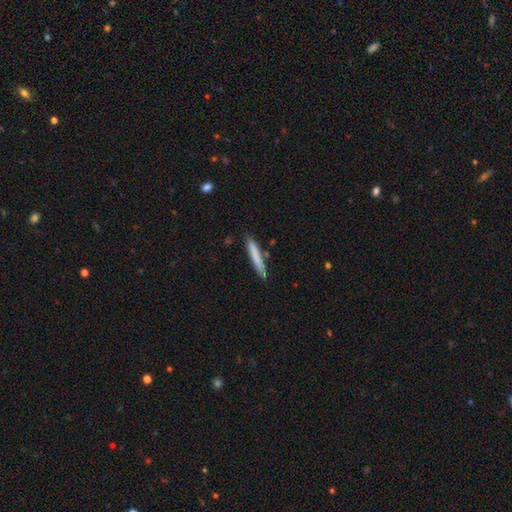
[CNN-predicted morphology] smooth-or-featured: smooth: 74% | featured or disk: 20% | star or artifact: 6%
  how-rounded: cigar-shaped: 96% | in between: 3% | round: 1%
  merging: none: 84% | minor disturbance: 11% | merger: 3% | major disturbance: 2%